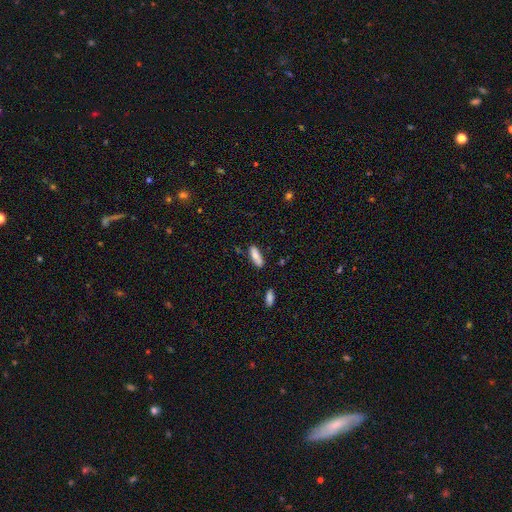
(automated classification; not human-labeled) smooth 81%, featured or disk 12%, star or artifact 7%. Down the decision tree: how rounded — in between (57%); merging — none (74%).